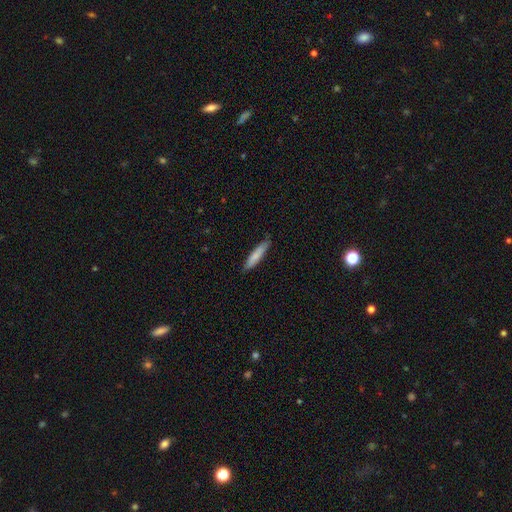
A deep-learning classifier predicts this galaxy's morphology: This is likely a smooth galaxy (78%). How rounded: clearly cigar-shaped (86%). Merging: clearly none (82%).